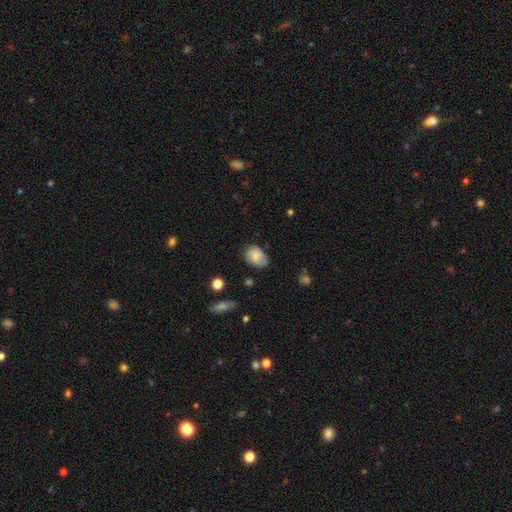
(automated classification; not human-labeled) This is likely a smooth galaxy (76%). How rounded: likely in between (77%). Merging: likely none (61%).